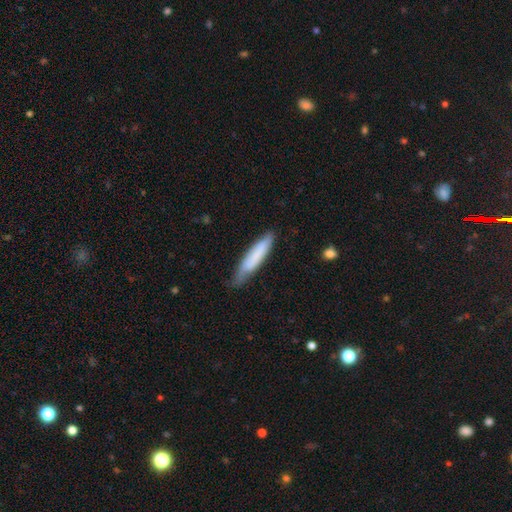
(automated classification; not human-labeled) Smooth or featured?
  - smooth: 73% *
  - featured or disk: 21%
  - star or artifact: 6%
How rounded?
  - cigar-shaped: 85% *
  - in between: 14%
  - round: 1%
Merging?
  - none: 62% *
  - minor disturbance: 30%
  - major disturbance: 6%
  - merger: 2%